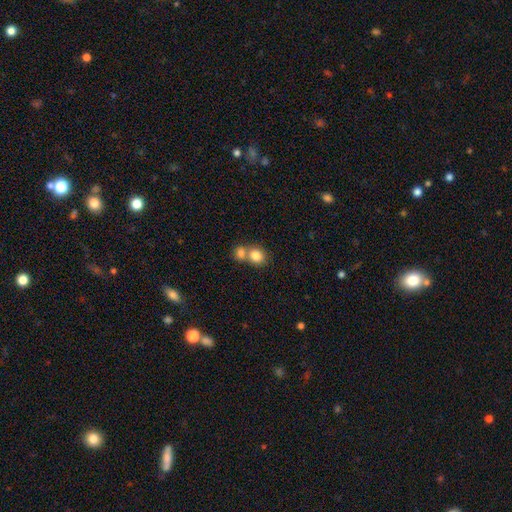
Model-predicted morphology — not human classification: Q: Smooth or featured?
A: smooth (82%); runner-up: star or artifact (9%)
Q: How rounded?
A: round (70%); runner-up: in between (29%)
Q: Merging?
A: merger (53%); runner-up: none (38%)